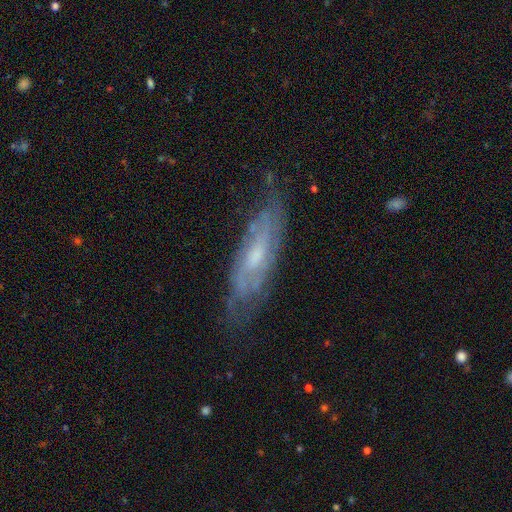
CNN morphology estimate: Smooth or featured? featured or disk (71%)
Edge-on disk? no (69%)
Merging? none (69%)